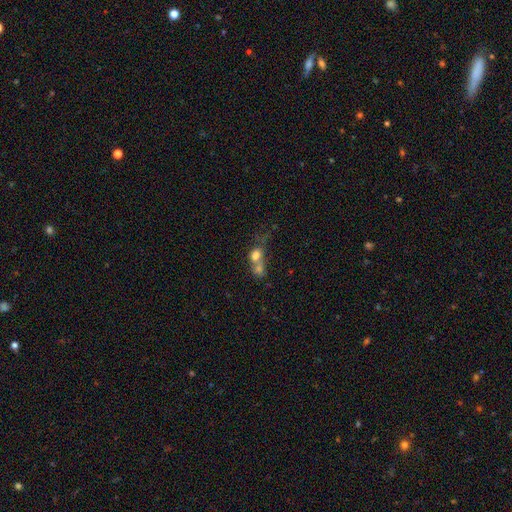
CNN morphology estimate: Smooth or featured? smooth (71%)
How rounded? in between (49%, tied with round)
Merging? merger (70%)